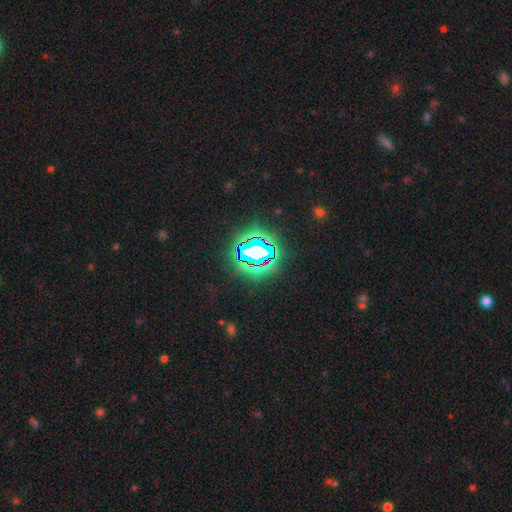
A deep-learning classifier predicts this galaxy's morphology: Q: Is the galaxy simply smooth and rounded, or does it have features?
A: star or artifact — 76%.